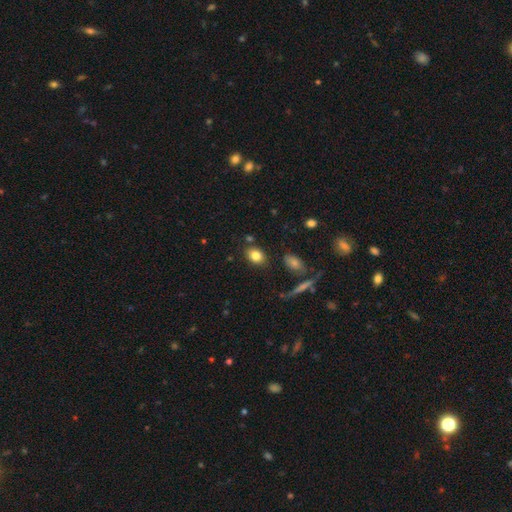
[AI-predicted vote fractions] A smooth galaxy with no disk features (82%) that is in between round and cigar-shaped (65%). Merging: none (82%).